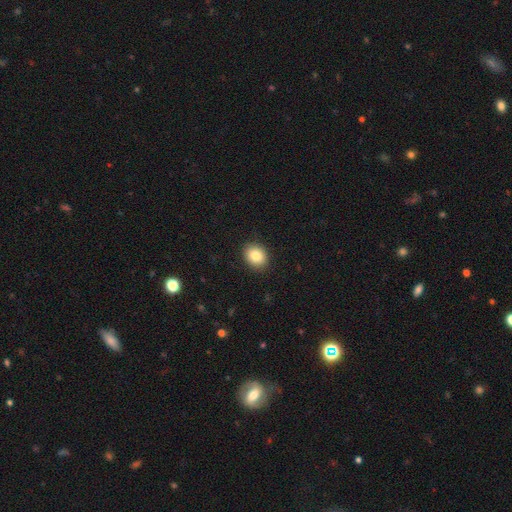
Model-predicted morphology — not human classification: Q: Smooth or featured?
A: smooth (85%); runner-up: star or artifact (9%)
Q: How rounded?
A: round (52%); runner-up: in between (47%)
Q: Merging?
A: none (90%); runner-up: minor disturbance (7%)